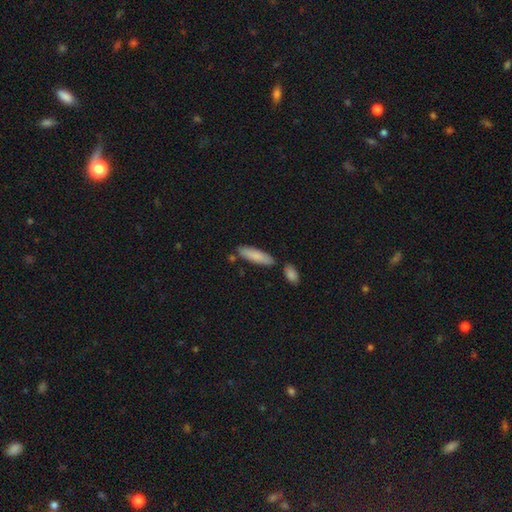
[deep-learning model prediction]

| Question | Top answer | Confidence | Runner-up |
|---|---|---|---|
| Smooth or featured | smooth | 83% | featured or disk (12%) |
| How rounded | cigar-shaped | 62% | in between (36%) |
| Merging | none | 79% | minor disturbance (11%) |